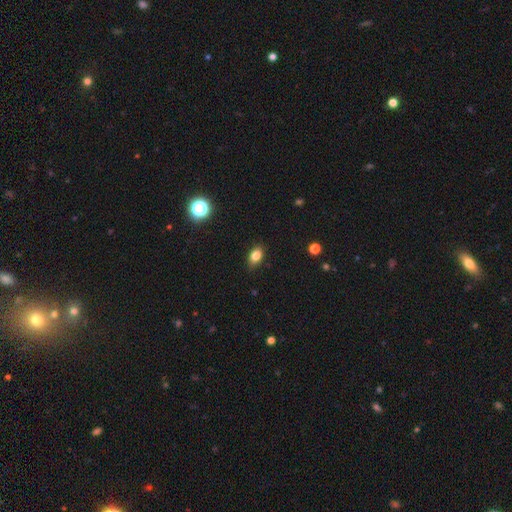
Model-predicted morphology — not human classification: Smooth or featured? smooth (82%)
How rounded? in between (81%)
Merging? none (86%)